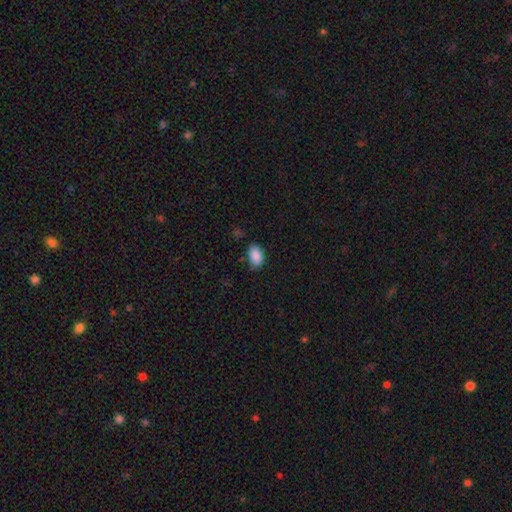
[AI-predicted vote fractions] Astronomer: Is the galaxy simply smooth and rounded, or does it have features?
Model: smooth — 89%.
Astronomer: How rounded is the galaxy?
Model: in between — 91%.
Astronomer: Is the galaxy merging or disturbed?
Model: none — 78%.